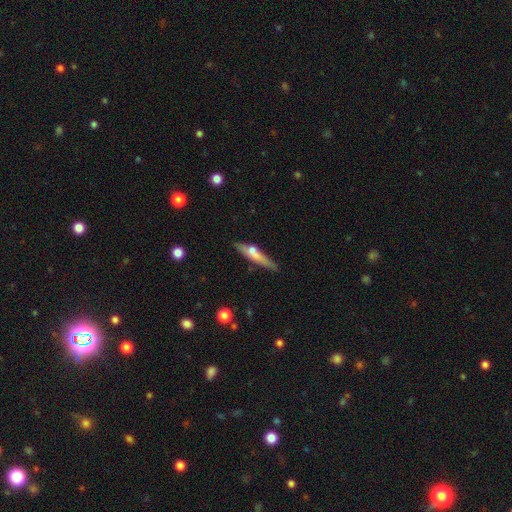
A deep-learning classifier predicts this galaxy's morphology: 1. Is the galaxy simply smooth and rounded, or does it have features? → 48% smooth, 45% featured or disk, 7% star or artifact.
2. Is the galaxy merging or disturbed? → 70% none, 20% minor disturbance, 6% merger, 5% major disturbance.